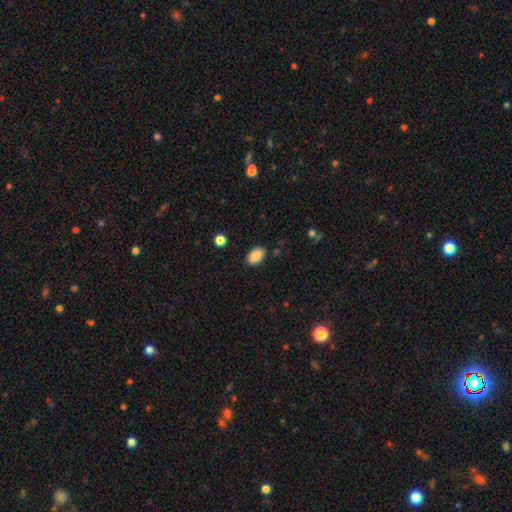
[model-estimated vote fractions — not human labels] smooth 88%, star or artifact 8%, featured or disk 4%. Down the decision tree: how rounded — in between (87%); merging — none (86%).